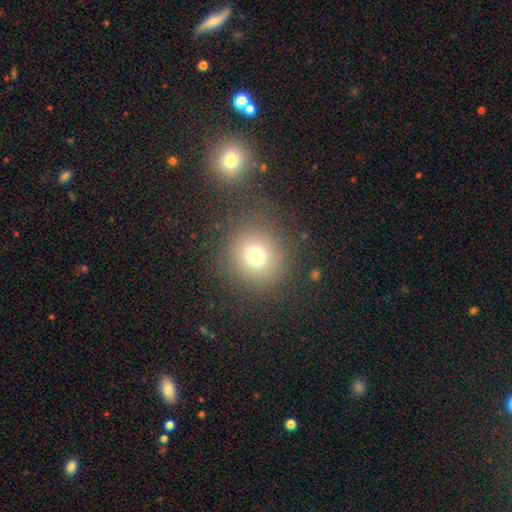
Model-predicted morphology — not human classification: Q: Smooth or featured?
A: smooth (71%); runner-up: star or artifact (18%)
Q: How rounded?
A: round (91%); runner-up: in between (8%)
Q: Merging?
A: none (82%); runner-up: minor disturbance (9%)